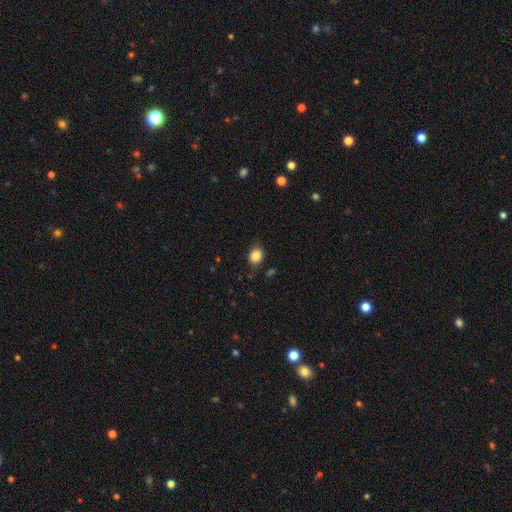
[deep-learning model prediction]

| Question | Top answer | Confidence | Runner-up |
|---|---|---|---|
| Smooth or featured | smooth | 85% | star or artifact (10%) |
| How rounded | in between | 52% | round (47%) |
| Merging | none | 79% | minor disturbance (16%) |